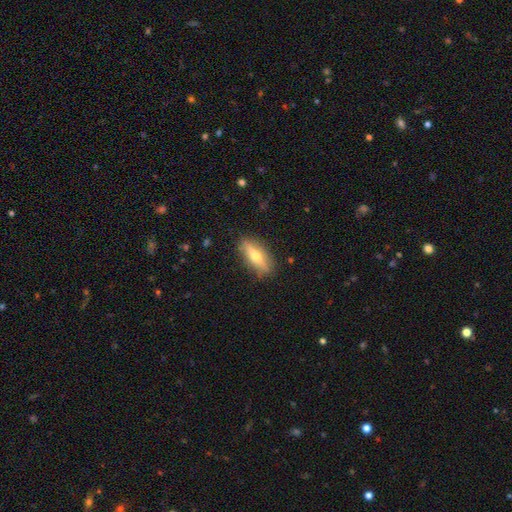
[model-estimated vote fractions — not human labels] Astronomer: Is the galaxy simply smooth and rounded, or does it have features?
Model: featured or disk — 47% (runner-up: smooth, 46%).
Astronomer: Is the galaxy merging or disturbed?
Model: none — 85%.